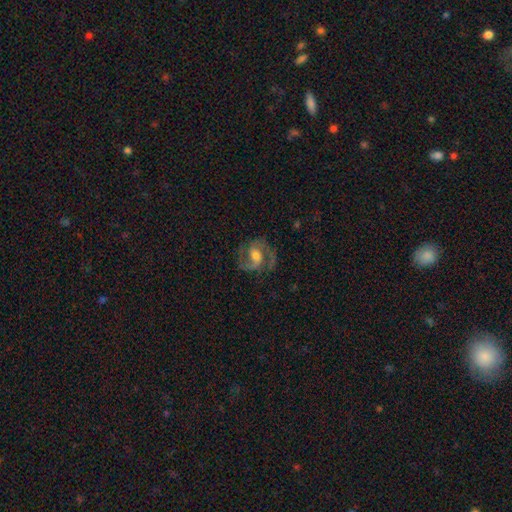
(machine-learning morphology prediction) Smooth or featured: featured or disk — 89% (smooth — 6%)
Edge-on disk: no — 98% (yes — 2%)
Bar: weak — 48% (no — 33%)
Spiral arms: yes — 97% (no — 3%)
Spiral winding: medium — 61% (tight — 22%)
Spiral arm count: 2 — 90% (3 — 3%)
Bulge size: moderate — 59% (small — 23%)
Merging: none — 77% (minor disturbance — 14%)